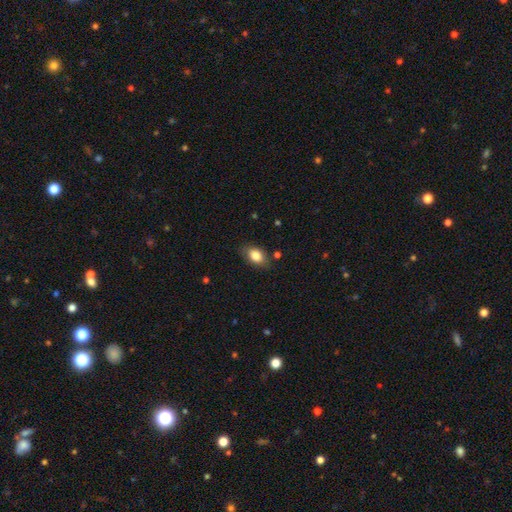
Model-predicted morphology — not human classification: smooth 82%, featured or disk 10%, star or artifact 8%. Down the decision tree: how rounded — in between (83%); merging — none (80%).